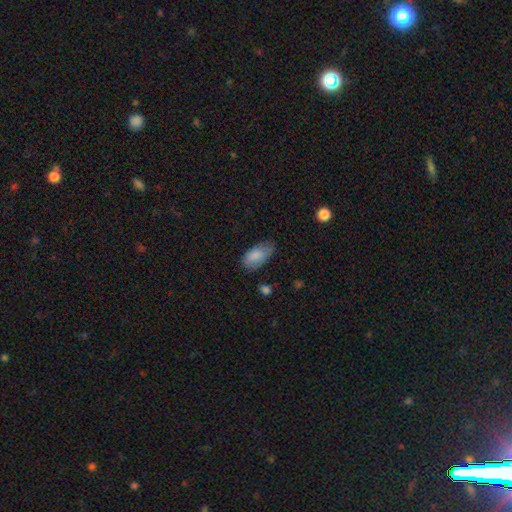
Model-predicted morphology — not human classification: smooth-or-featured: smooth: 84% | featured or disk: 9% | star or artifact: 7%
  how-rounded: in between: 93% | cigar-shaped: 4% | round: 3%
  merging: none: 62% | minor disturbance: 29% | major disturbance: 7% | merger: 2%